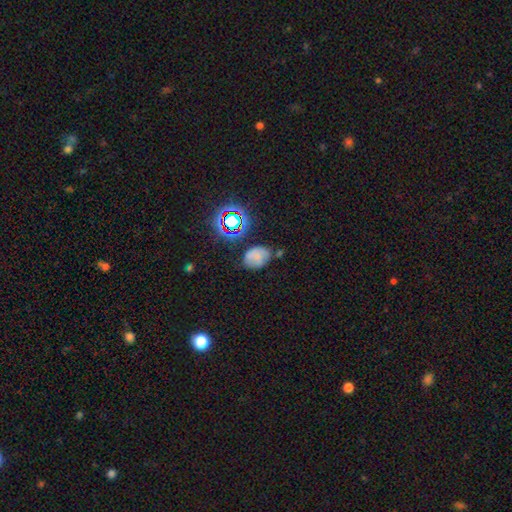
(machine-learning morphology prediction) A smooth galaxy with no disk features (62%) that is in between round and cigar-shaped (71%).

Vote fractions:
- Smooth or featured? smooth: 62% / star or artifact: 20% / featured or disk: 17%
- How rounded? in between: 71% / round: 28% / cigar-shaped: 1%
- Merging? none: 60% / minor disturbance: 26% / major disturbance: 8% / merger: 6%